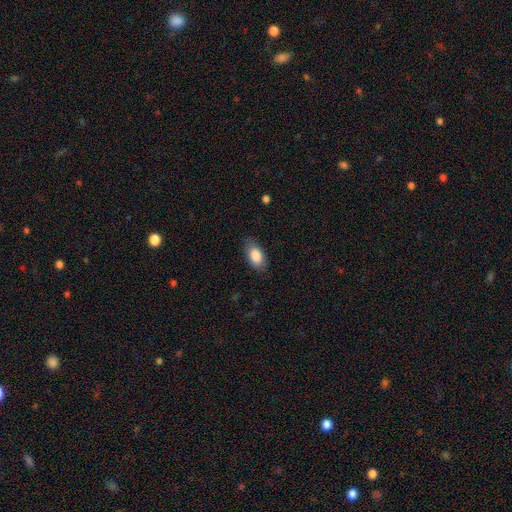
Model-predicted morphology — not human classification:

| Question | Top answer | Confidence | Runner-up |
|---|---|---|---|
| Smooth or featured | smooth | 84% | featured or disk (9%) |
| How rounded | in between | 92% | round (4%) |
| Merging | none | 80% | minor disturbance (15%) |